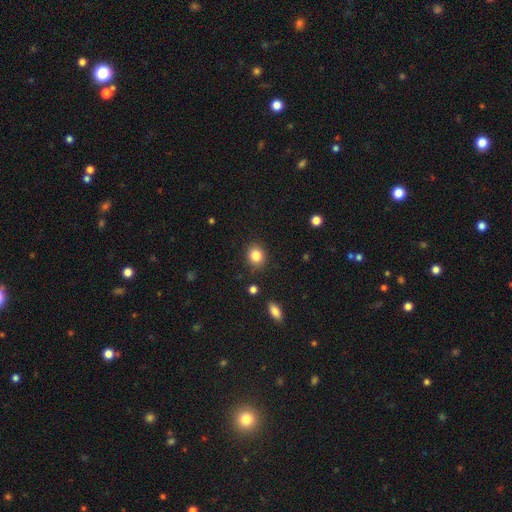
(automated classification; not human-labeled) smooth-or-featured: smooth: 84% | star or artifact: 10% | featured or disk: 6%
  how-rounded: round: 75% | in between: 24% | cigar-shaped: 1%
  merging: none: 86% | minor disturbance: 9% | major disturbance: 2% | merger: 2%